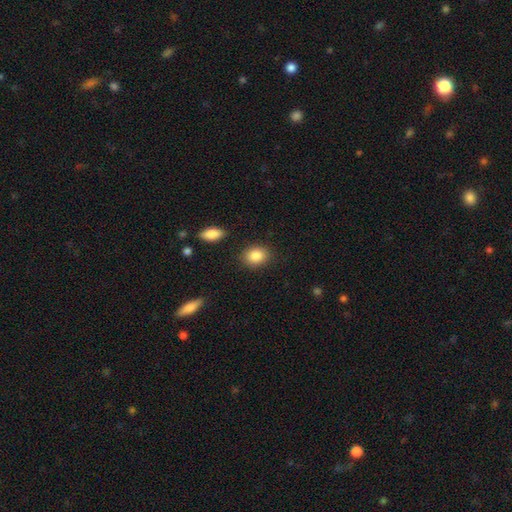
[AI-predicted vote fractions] smooth-or-featured: smooth: 87% | star or artifact: 8% | featured or disk: 5%
  how-rounded: in between: 53% | round: 45% | cigar-shaped: 1%
  merging: none: 84% | minor disturbance: 10% | major disturbance: 3% | merger: 3%